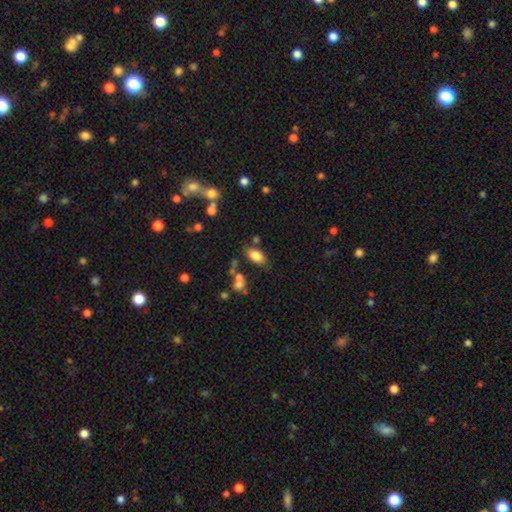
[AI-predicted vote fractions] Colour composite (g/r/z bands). It shows a smooth galaxy with no disk features (82%) that is in between round and cigar-shaped (91%). Merging: none (71%).